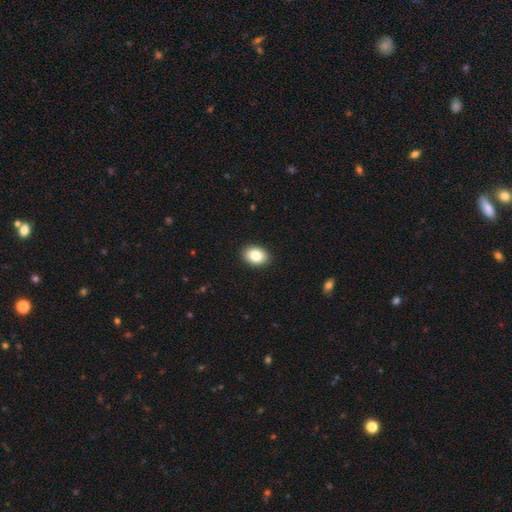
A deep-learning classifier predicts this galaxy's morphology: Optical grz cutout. It shows a smooth galaxy with no disk features (84%) that is in between round and cigar-shaped (79%). Merging: none (91%).